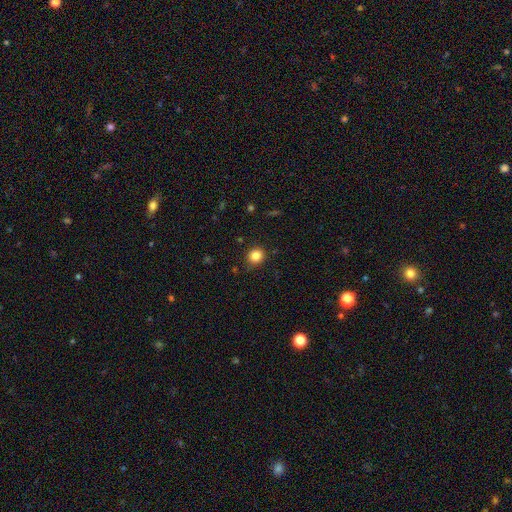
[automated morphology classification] This appears to be a smooth galaxy with no disk features (84%) that is round (85%). Merging: none (86%).